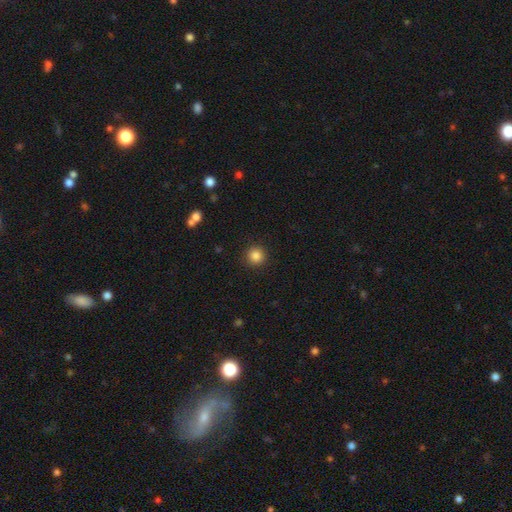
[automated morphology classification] smooth 86%, star or artifact 11%, featured or disk 4%. Down the decision tree: how rounded — round (94%); merging — none (92%).